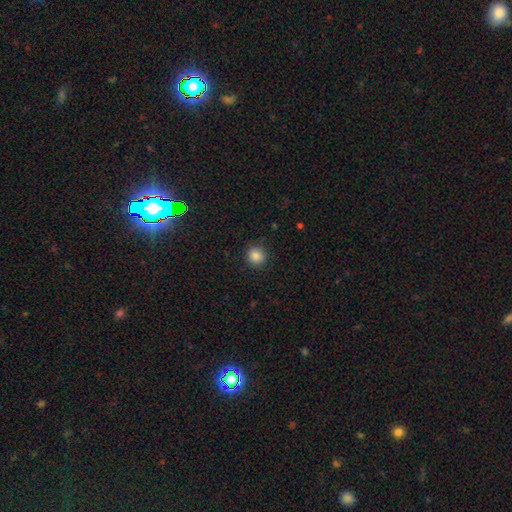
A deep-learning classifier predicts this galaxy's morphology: type=smooth (86%); roundness=round (94%); merging=none (91%).